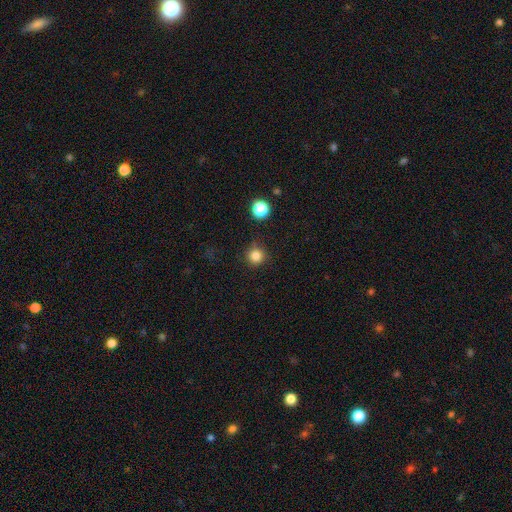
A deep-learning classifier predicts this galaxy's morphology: Q: Smooth or featured?
A: smooth (83%); runner-up: star or artifact (13%)
Q: How rounded?
A: round (95%); runner-up: in between (4%)
Q: Merging?
A: none (87%); runner-up: minor disturbance (9%)